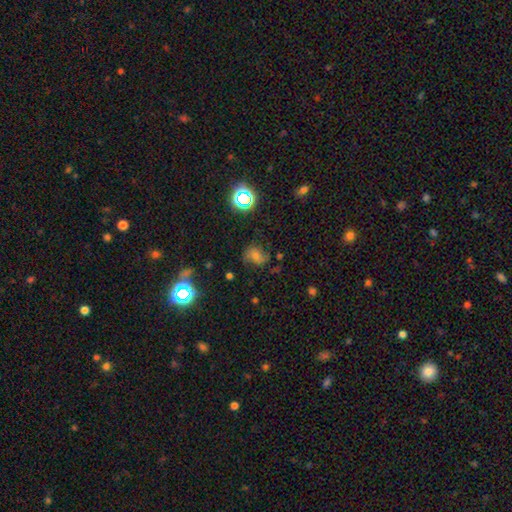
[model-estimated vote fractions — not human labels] A featured or disk galaxy (36%).

Vote fractions:
- Smooth or featured? featured or disk: 36% / smooth: 34% / star or artifact: 30%
- Merging? none: 66% / minor disturbance: 21% / major disturbance: 10% / merger: 3%